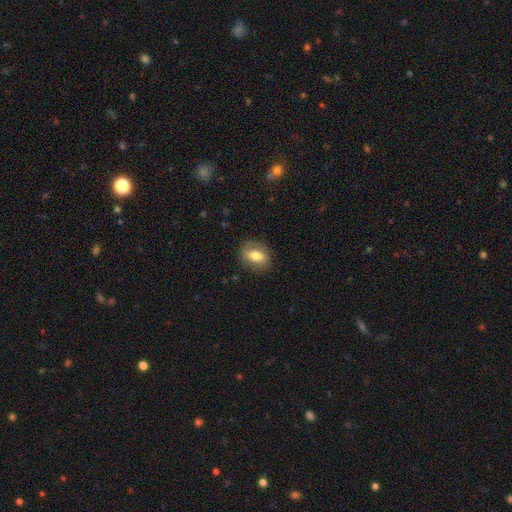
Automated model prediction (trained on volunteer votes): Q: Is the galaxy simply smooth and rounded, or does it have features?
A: smooth — 66%.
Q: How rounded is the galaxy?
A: in between — 76%.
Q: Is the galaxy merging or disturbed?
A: none — 80%.